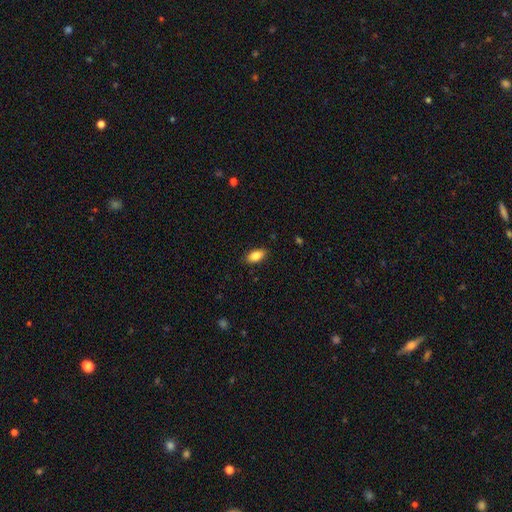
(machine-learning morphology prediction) Smooth or featured?
  - smooth: 85% *
  - featured or disk: 8%
  - star or artifact: 7%
How rounded?
  - in between: 90% *
  - cigar-shaped: 7%
  - round: 3%
Merging?
  - none: 87% *
  - minor disturbance: 10%
  - major disturbance: 2%
  - merger: 1%